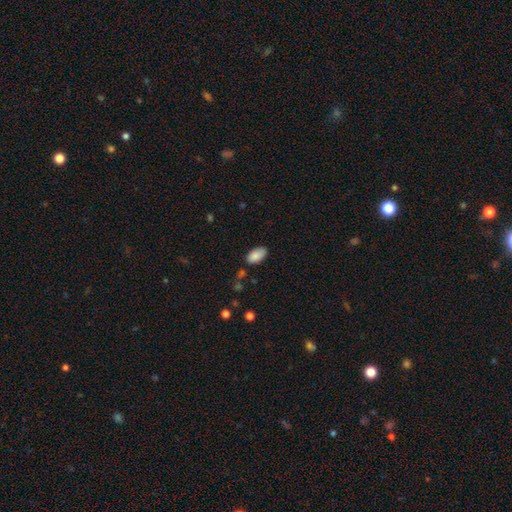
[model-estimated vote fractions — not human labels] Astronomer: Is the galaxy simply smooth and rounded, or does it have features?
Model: smooth — 87%.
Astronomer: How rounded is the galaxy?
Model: in between — 95%.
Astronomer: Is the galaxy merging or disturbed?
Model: none — 79%.